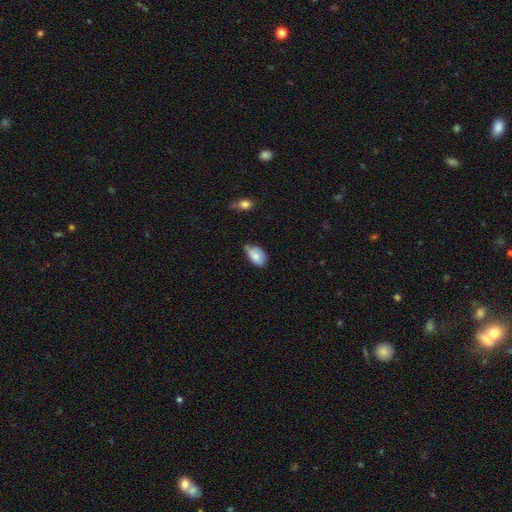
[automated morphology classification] This appears to be a smooth galaxy with no disk features (77%) that is in between round and cigar-shaped (92%). Merging: none (48%).